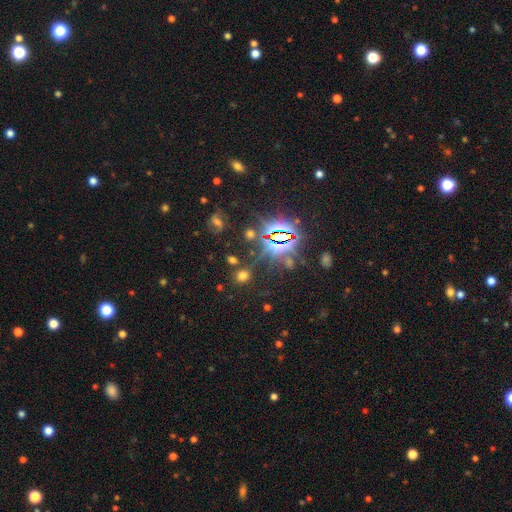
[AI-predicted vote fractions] Smooth or featured? Predicted: star or artifact (p=0.79).